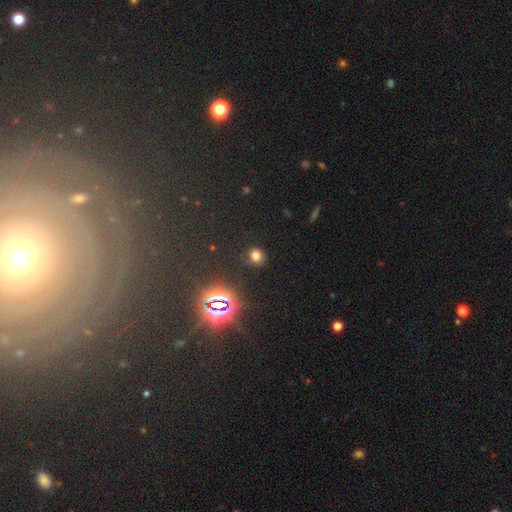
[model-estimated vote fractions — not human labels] A smooth galaxy with no disk features (70%) that is round (71%).

Vote fractions:
- Smooth or featured? smooth: 70% / star or artifact: 24% / featured or disk: 7%
- How rounded? round: 71% / in between: 28% / cigar-shaped: 1%
- Merging? none: 84% / minor disturbance: 10% / major disturbance: 3% / merger: 3%